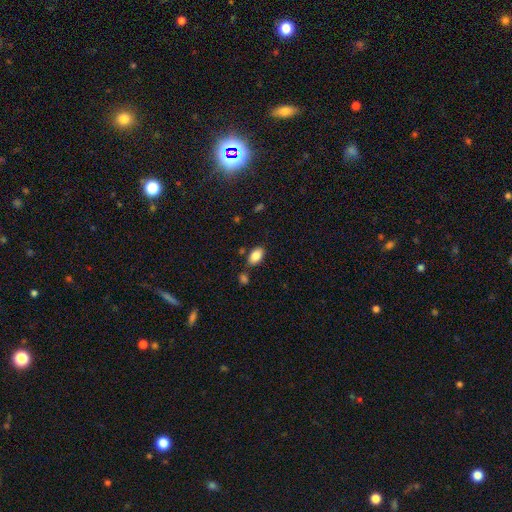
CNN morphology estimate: Q: Smooth or featured?
A: smooth (86%); runner-up: star or artifact (8%)
Q: How rounded?
A: in between (91%); runner-up: round (7%)
Q: Merging?
A: none (77%); runner-up: minor disturbance (12%)